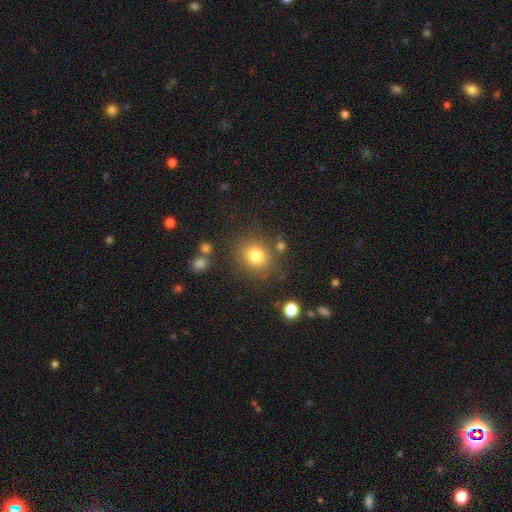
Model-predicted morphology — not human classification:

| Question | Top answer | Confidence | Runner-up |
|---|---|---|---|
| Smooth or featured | smooth | 79% | star or artifact (13%) |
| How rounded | round | 79% | in between (20%) |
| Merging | none | 80% | minor disturbance (10%) |